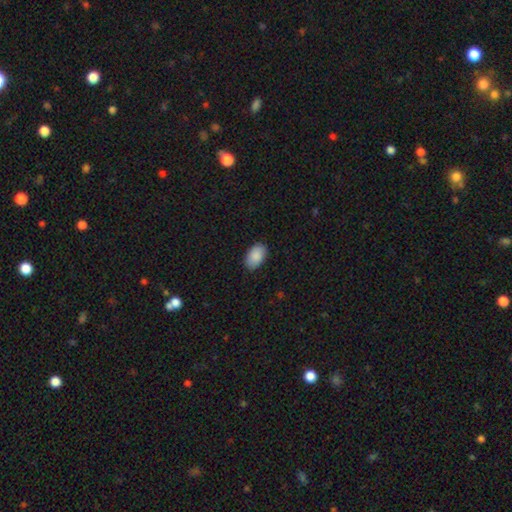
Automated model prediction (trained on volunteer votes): Q: Smooth or featured?
A: smooth (90%); runner-up: star or artifact (6%)
Q: How rounded?
A: in between (94%); runner-up: round (5%)
Q: Merging?
A: none (87%); runner-up: minor disturbance (10%)